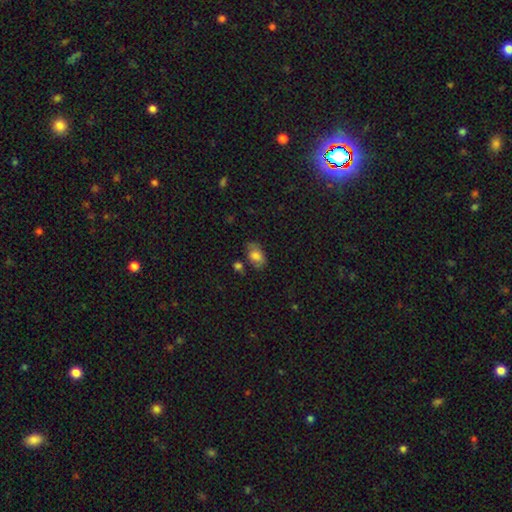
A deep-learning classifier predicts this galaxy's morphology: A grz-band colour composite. It shows a smooth galaxy with no disk features (72%) that is in between round and cigar-shaped (86%). Merging: none (60%).